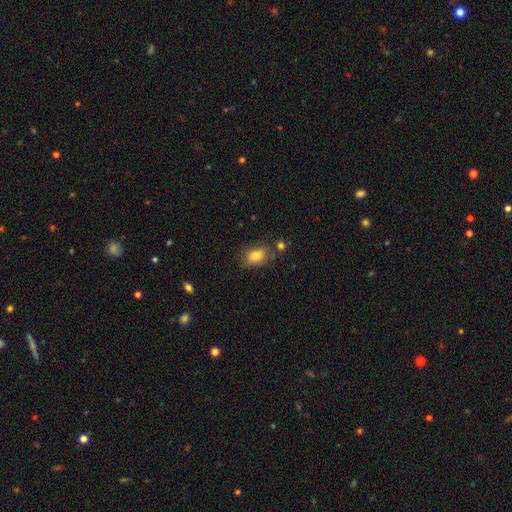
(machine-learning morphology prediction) smooth-or-featured: smooth: 84% | star or artifact: 9% | featured or disk: 7%
  how-rounded: in between: 79% | round: 20% | cigar-shaped: 2%
  merging: none: 70% | minor disturbance: 18% | merger: 6% | major disturbance: 5%